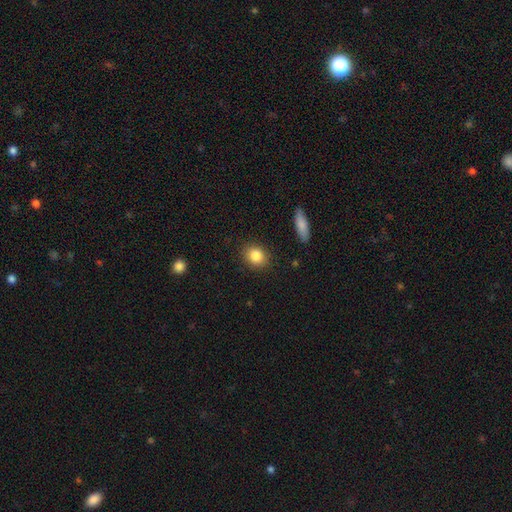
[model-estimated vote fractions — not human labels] Q: Smooth or featured?
A: smooth (84%); runner-up: star or artifact (9%)
Q: How rounded?
A: round (64%); runner-up: in between (35%)
Q: Merging?
A: none (89%); runner-up: minor disturbance (8%)